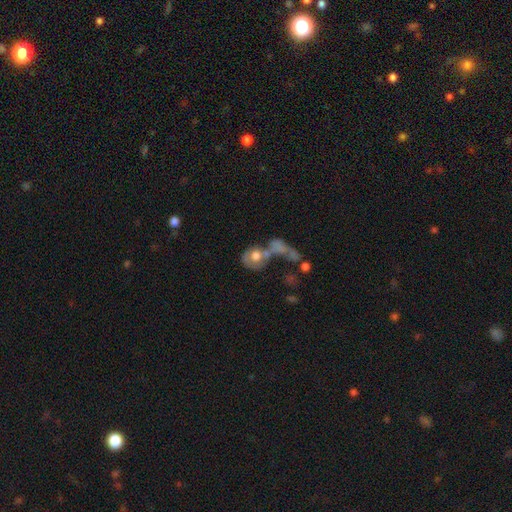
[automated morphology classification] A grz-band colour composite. It shows a smooth galaxy with no disk features (50%) that is round (52%). Merging: merger (52%).